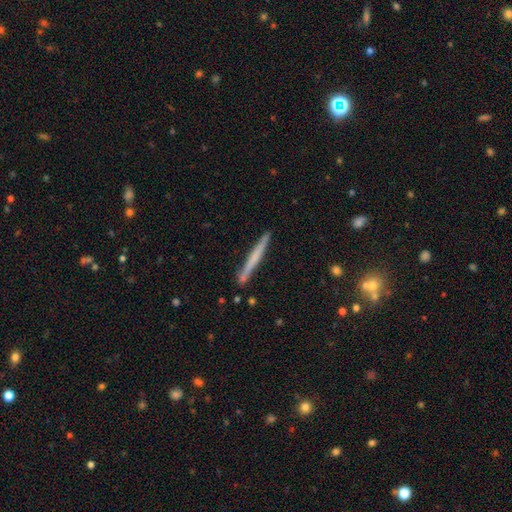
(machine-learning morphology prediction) Overall: featured or disk (48%; smooth 46%). Merging: none (89%).